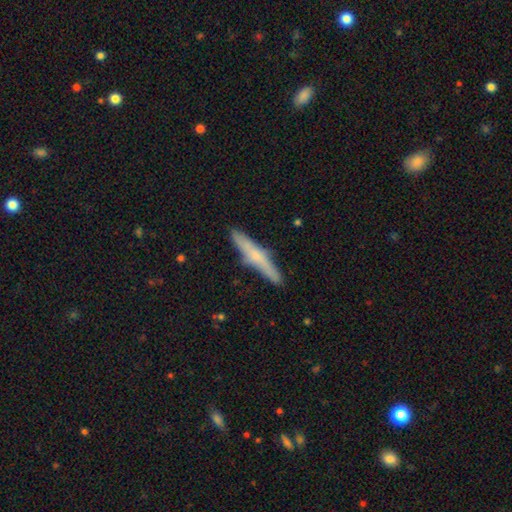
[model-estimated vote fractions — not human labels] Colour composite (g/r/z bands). It shows a featured or disk galaxy (48%). Merging: none (87%).